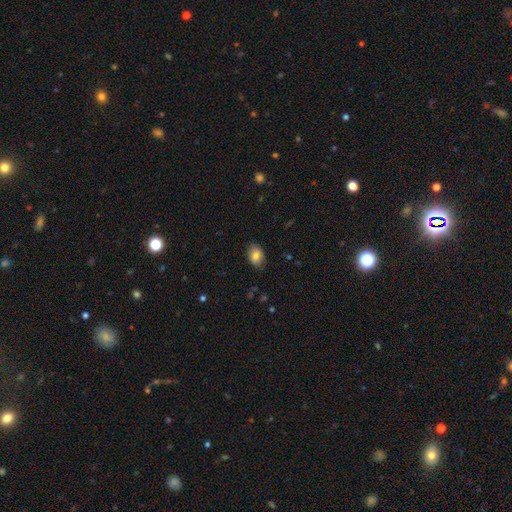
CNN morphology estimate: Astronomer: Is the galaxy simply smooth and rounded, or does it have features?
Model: smooth — 78%.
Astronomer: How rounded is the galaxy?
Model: in between — 84%.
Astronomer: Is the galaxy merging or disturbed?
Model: none — 82%.